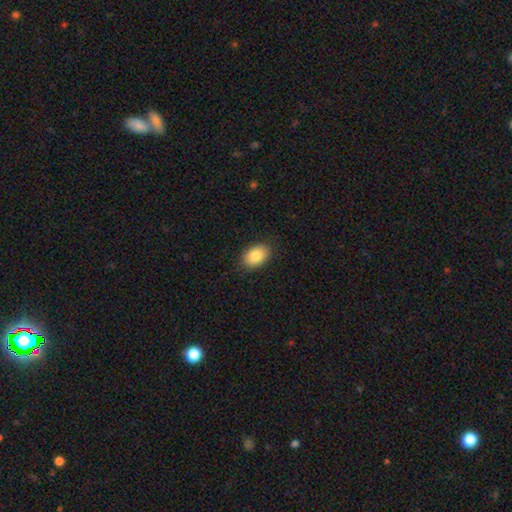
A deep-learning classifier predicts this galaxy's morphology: Smooth or featured?
  - smooth: 84% *
  - featured or disk: 8%
  - star or artifact: 7%
How rounded?
  - in between: 86% *
  - round: 13%
  - cigar-shaped: 1%
Merging?
  - none: 88% *
  - minor disturbance: 9%
  - major disturbance: 2%
  - merger: 1%